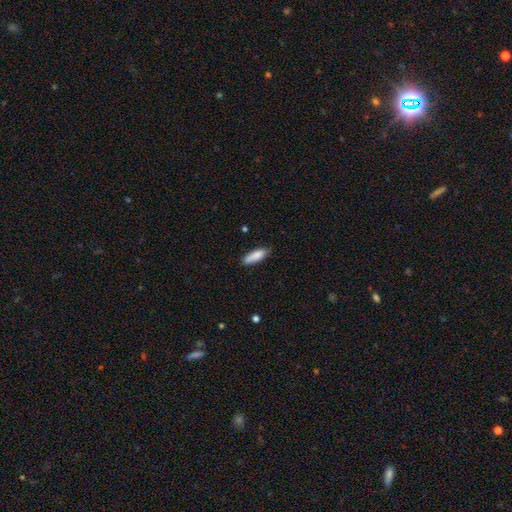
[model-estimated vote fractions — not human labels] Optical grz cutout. It shows a smooth galaxy with no disk features (84%) that is in between round and cigar-shaped (52%). Merging: none (76%).